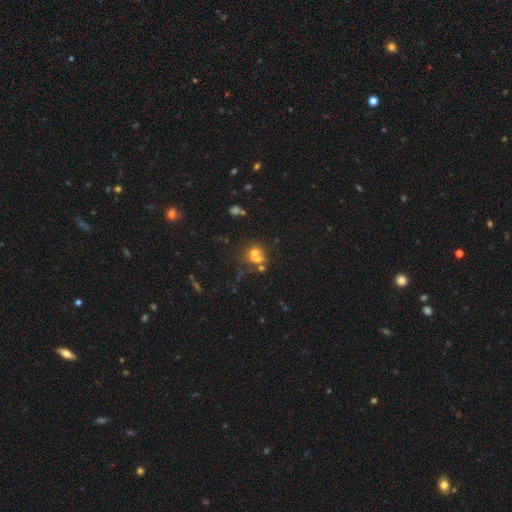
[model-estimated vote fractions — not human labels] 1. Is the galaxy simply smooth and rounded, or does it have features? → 56% smooth, 24% featured or disk, 20% star or artifact.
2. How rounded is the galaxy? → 75% round, 24% in between, 1% cigar-shaped.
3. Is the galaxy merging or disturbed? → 50% merger, 36% none, 8% minor disturbance, 5% major disturbance.